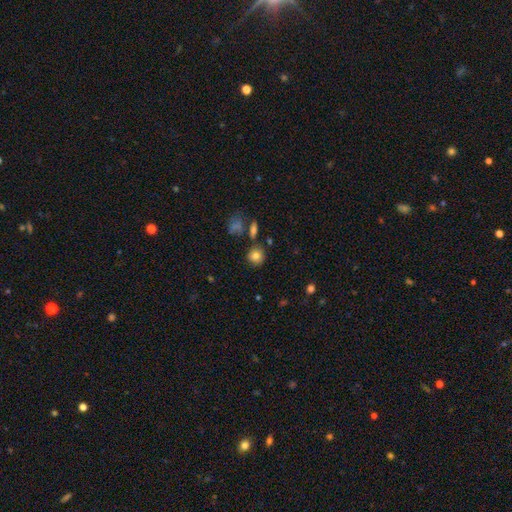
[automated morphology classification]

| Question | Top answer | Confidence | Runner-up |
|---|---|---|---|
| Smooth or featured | smooth | 81% | star or artifact (11%) |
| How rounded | round | 88% | in between (11%) |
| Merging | none | 79% | minor disturbance (11%) |